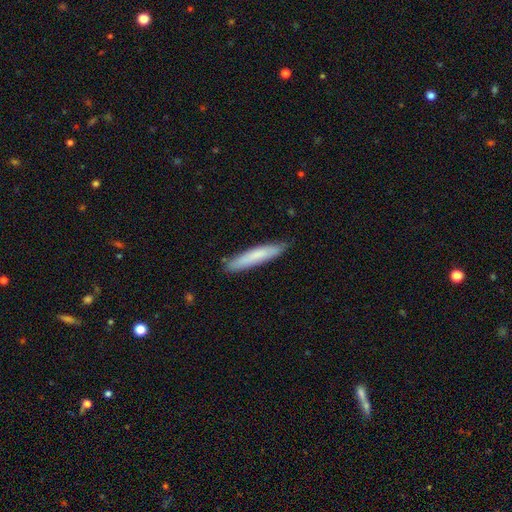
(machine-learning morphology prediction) This is likely a smooth galaxy (74%). How rounded: clearly cigar-shaped (91%). Merging: clearly none (85%).